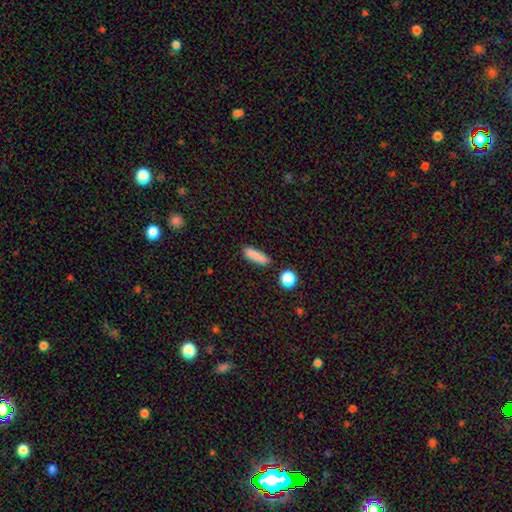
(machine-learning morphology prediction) A smooth galaxy with no disk features (84%) that is cigar-shaped (62%). Merging: none (81%).